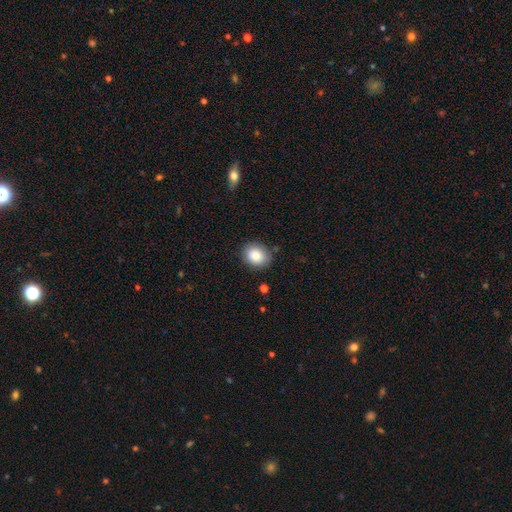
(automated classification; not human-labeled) This is clearly a smooth galaxy (85%). How rounded: likely round (62%). Merging: clearly none (83%).